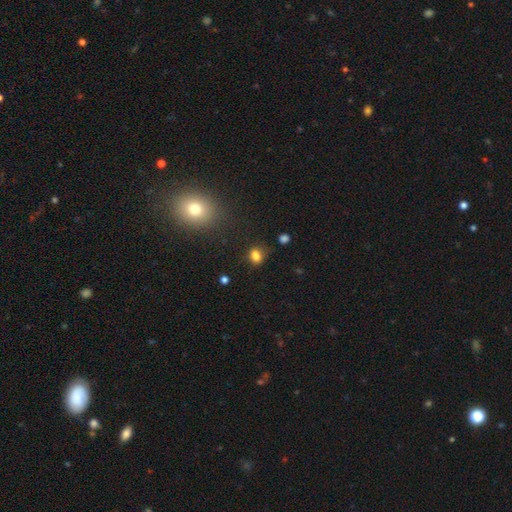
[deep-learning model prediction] Q: Smooth or featured?
A: smooth (80%); runner-up: star or artifact (14%)
Q: How rounded?
A: round (51%); runner-up: in between (47%)
Q: Merging?
A: none (70%); runner-up: minor disturbance (18%)